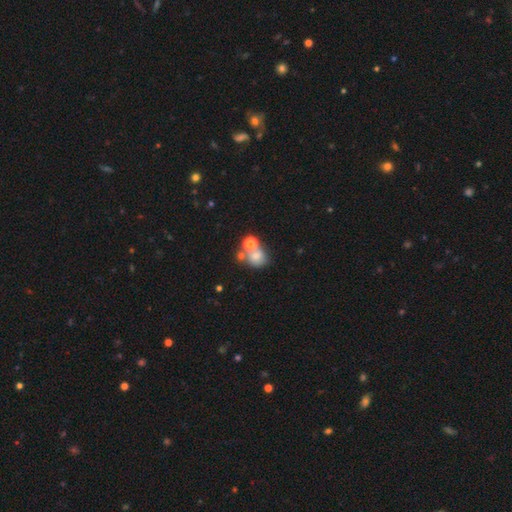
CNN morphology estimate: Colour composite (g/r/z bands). It shows a smooth galaxy with no disk features (68%) that is round (65%). Merging: merger (42%).